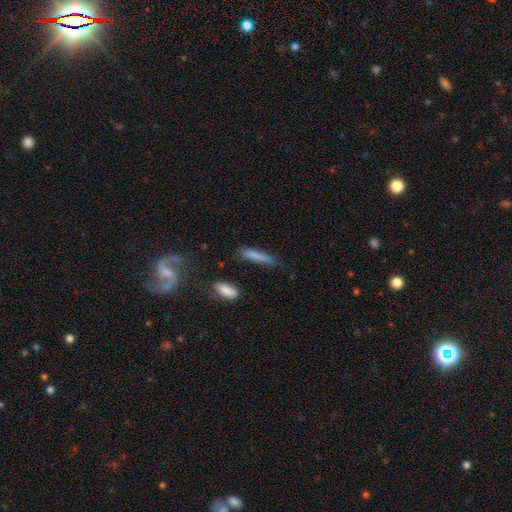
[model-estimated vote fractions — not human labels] A smooth galaxy with no disk features (81%) that is cigar-shaped (85%). Merging: none (72%).